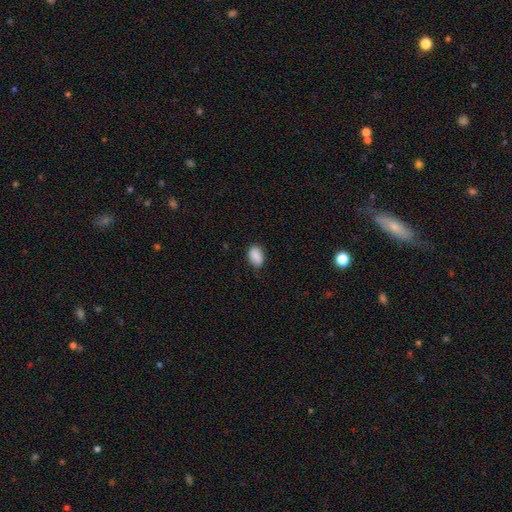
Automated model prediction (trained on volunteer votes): This appears to be a smooth galaxy with no disk features (88%) that is in between round and cigar-shaped (85%). Merging: none (78%).